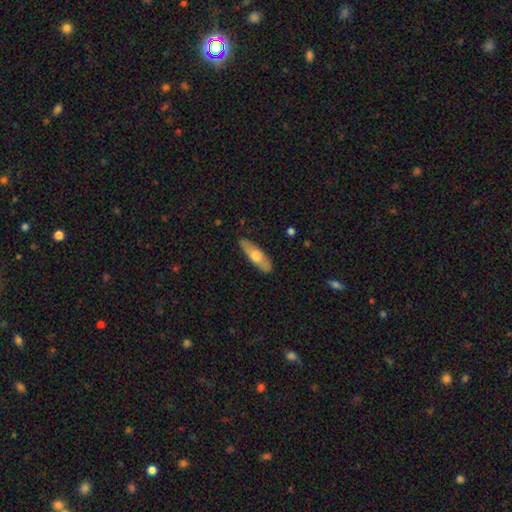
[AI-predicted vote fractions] This is possibly a smooth galaxy (57%). How rounded: possibly cigar-shaped (53%). Merging: clearly none (85%).